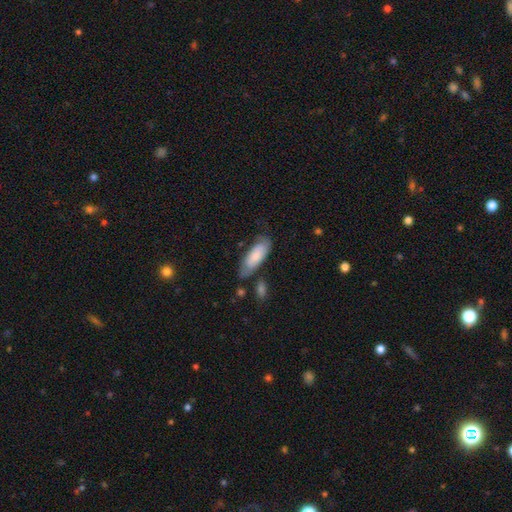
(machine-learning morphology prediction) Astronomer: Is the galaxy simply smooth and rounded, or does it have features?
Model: smooth — 76%.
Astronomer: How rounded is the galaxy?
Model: in between — 70%.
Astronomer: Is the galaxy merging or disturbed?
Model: none — 61%.